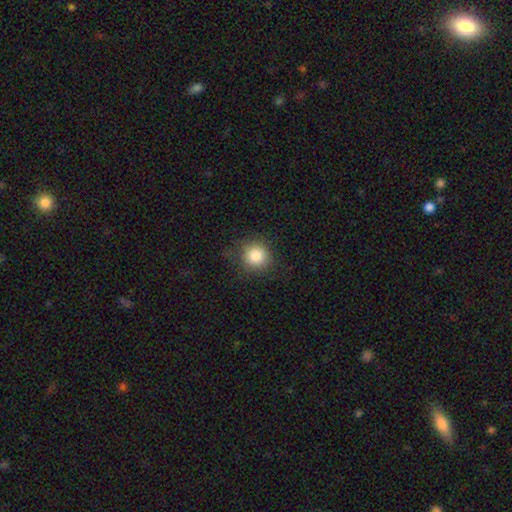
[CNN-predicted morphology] Smooth or featured?
  - smooth: 84% *
  - star or artifact: 10%
  - featured or disk: 6%
How rounded?
  - round: 90% *
  - in between: 9%
  - cigar-shaped: 1%
Merging?
  - none: 84% *
  - minor disturbance: 11%
  - major disturbance: 4%
  - merger: 1%